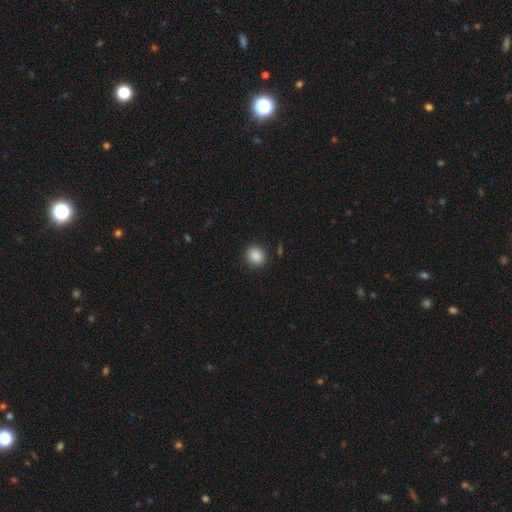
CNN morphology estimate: smooth_or_featured: smooth (p=0.88) [alt: star or artifact p=0.09]
how_rounded: round (p=0.84) [alt: in between p=0.15]
merging: none (p=0.90) [alt: minor disturbance p=0.07]